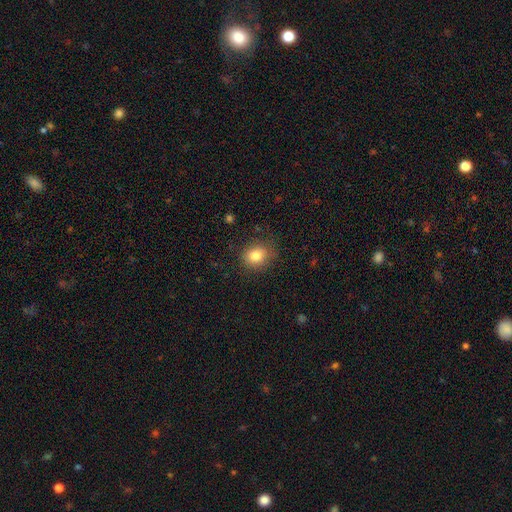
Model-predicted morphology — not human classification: Overall: smooth (82%). How rounded: round (67%; in between 32%). Merging: none (83%).